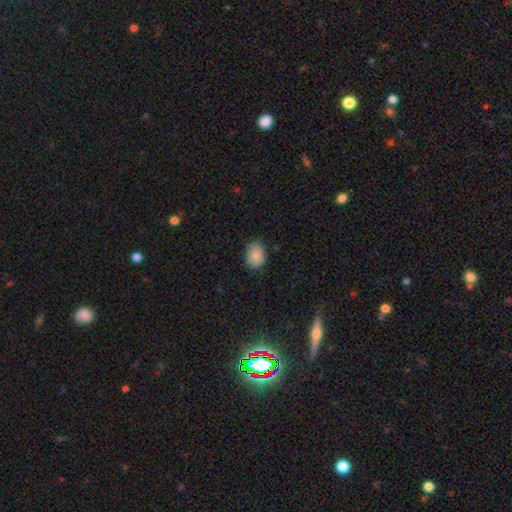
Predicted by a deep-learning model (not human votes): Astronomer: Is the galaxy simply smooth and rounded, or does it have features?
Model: smooth — 84%.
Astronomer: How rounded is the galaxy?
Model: in between — 65%.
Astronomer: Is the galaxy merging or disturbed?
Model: none — 77%.